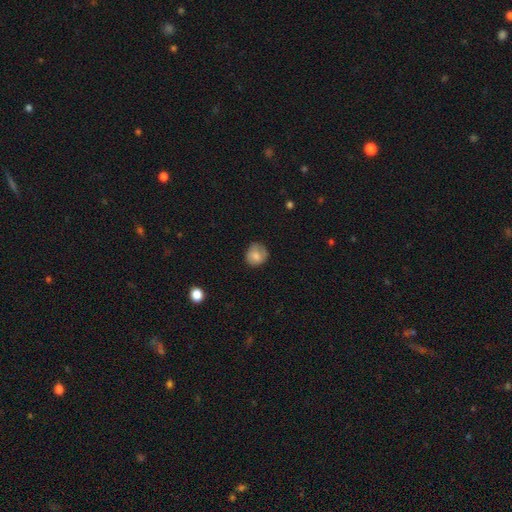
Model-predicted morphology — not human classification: Smooth or featured?
  - smooth: 77% *
  - featured or disk: 15%
  - star or artifact: 8%
How rounded?
  - round: 81% *
  - in between: 18%
  - cigar-shaped: 1%
Merging?
  - none: 71% *
  - minor disturbance: 22%
  - major disturbance: 5%
  - merger: 1%